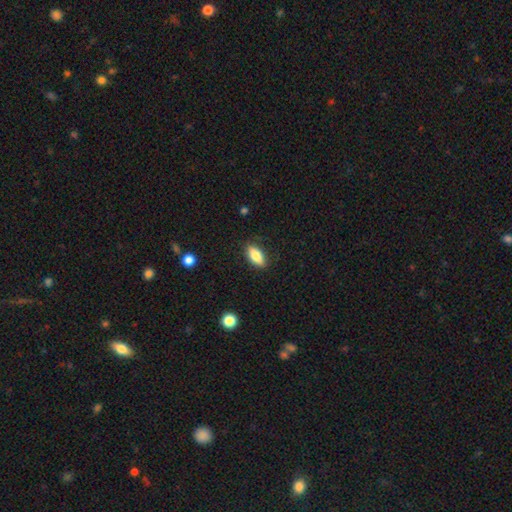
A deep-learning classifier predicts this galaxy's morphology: Overall: smooth (80%). How rounded: in between (81%). Merging: none (84%).